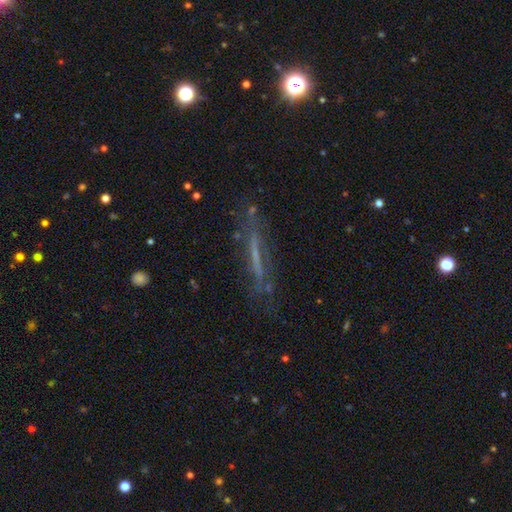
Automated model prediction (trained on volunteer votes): A featured or disk galaxy (55%) viewed edge-on (71%). Merging: none (66%).